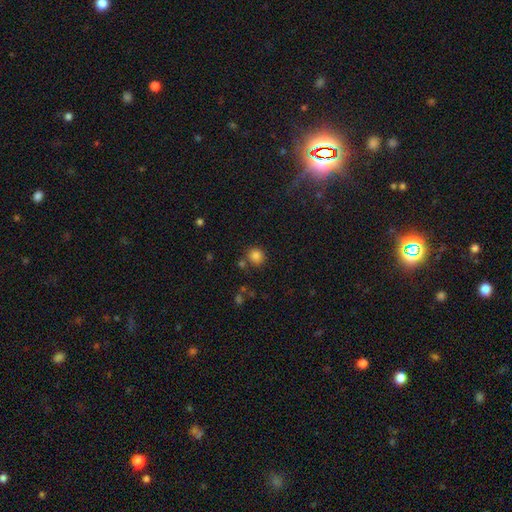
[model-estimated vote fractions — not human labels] smooth-or-featured: smooth: 82% | star or artifact: 12% | featured or disk: 5%
  how-rounded: round: 91% | in between: 9% | cigar-shaped: 1%
  merging: none: 77% | minor disturbance: 10% | merger: 10% | major disturbance: 4%